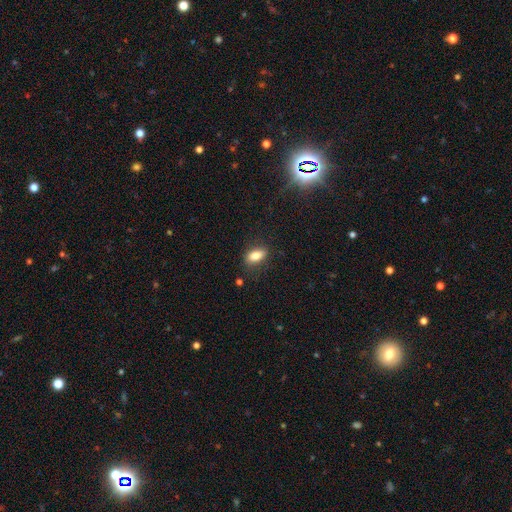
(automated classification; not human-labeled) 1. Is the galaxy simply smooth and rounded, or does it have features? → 81% smooth, 10% featured or disk, 9% star or artifact.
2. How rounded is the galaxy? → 85% in between, 7% cigar-shaped, 7% round.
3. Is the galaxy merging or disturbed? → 82% none, 13% minor disturbance, 4% major disturbance, 2% merger.